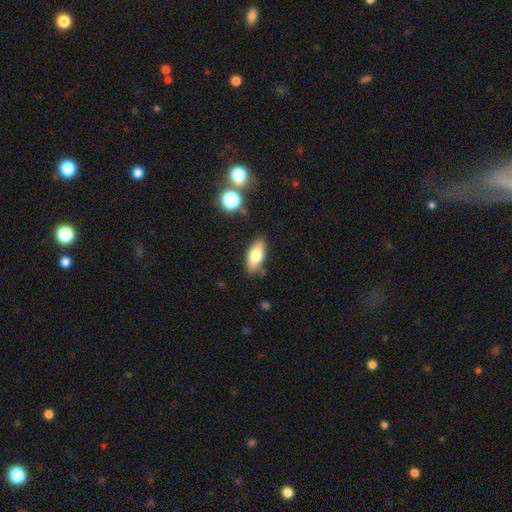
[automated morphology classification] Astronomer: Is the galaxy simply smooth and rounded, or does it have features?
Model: smooth — 73%.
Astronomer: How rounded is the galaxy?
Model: in between — 83%.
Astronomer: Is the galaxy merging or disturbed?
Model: none — 79%.